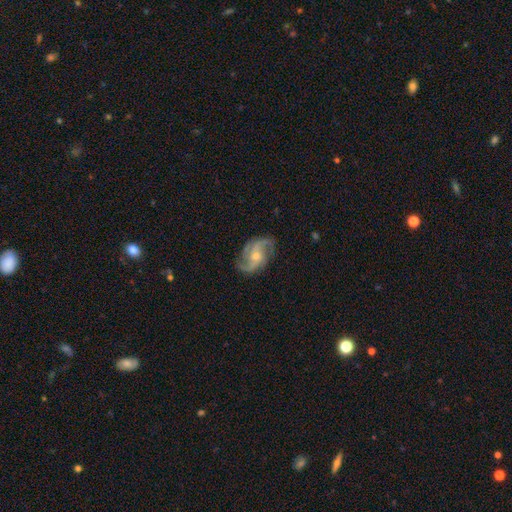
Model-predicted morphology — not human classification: A featured or disk galaxy (88%) with no bar (58%), 2 (55%) medium (50%) spiral arms (97%) and a small central bulge (48%). Merging: none (76%).